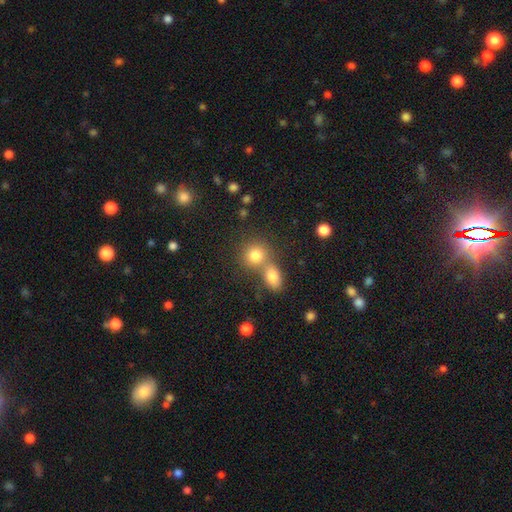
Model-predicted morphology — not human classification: Smooth or featured? smooth (79%)
How rounded? round (72%)
Merging? none (46%)